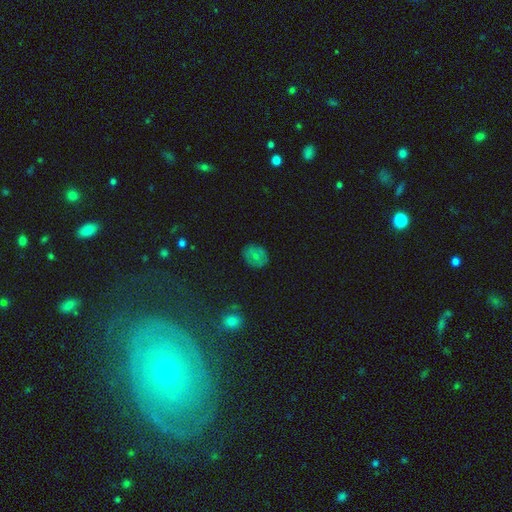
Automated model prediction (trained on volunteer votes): Smooth or featured? Predicted: smooth (p=0.62). How rounded? Predicted: round (p=0.67). Merging? Predicted: none (p=0.82).